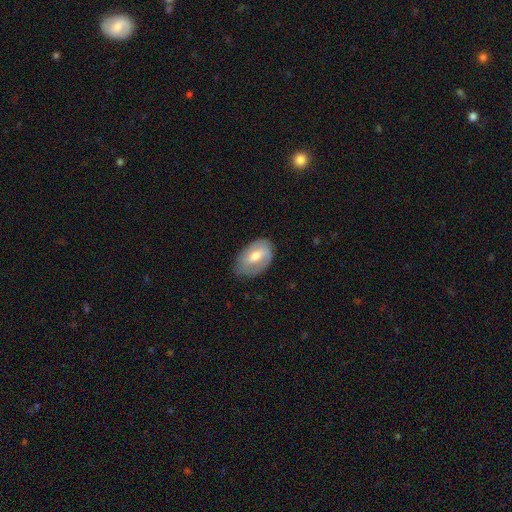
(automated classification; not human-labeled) Smooth or featured: smooth — 55% (featured or disk — 39%)
How rounded: in between — 91% (round — 8%)
Merging: none — 65% (minor disturbance — 27%)